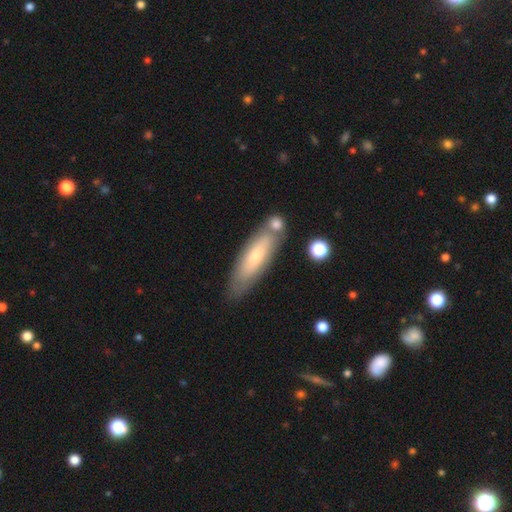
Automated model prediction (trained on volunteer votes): This appears to be a smooth galaxy with no disk features (58%) that is cigar-shaped (59%). Merging: none (64%).